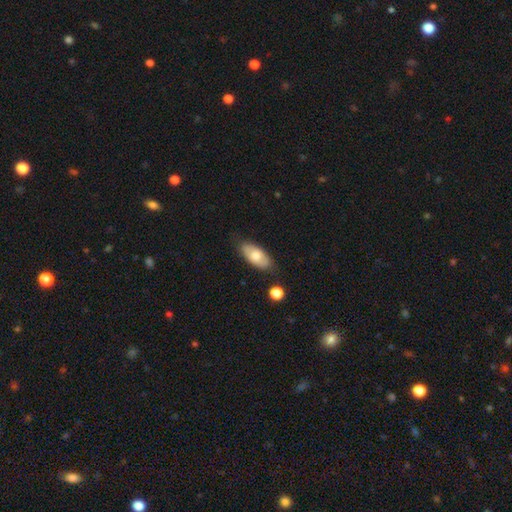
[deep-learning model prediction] This appears to be a smooth galaxy with no disk features (70%) that is in between round and cigar-shaped (89%). Merging: none (79%).